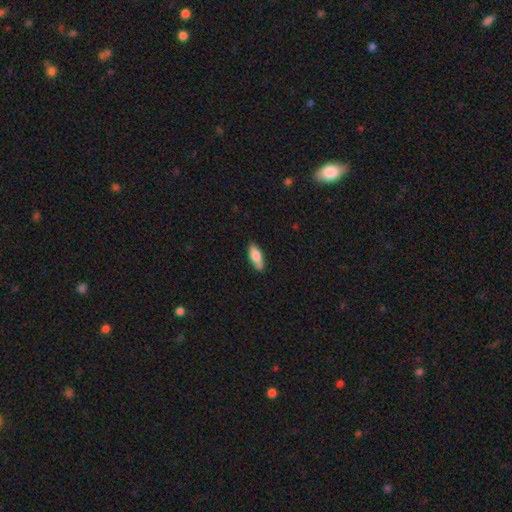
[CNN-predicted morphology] Smooth or featured: smooth — 77% (featured or disk — 17%)
How rounded: in between — 65% (cigar-shaped — 33%)
Merging: none — 80% (minor disturbance — 16%)